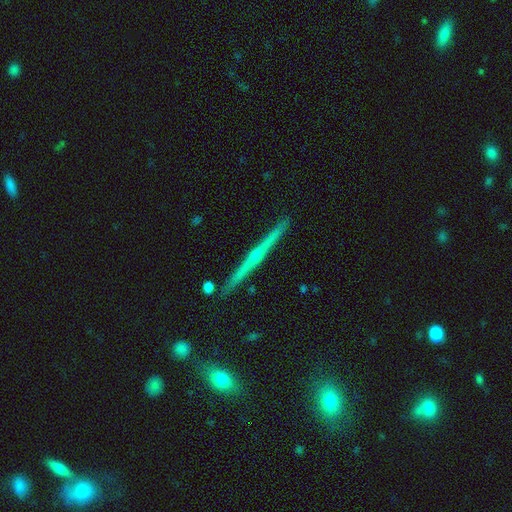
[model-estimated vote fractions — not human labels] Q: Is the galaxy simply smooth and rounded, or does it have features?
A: featured or disk — 79%.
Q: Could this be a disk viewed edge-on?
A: yes — 98%.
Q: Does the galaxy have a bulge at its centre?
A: rounded — 70%.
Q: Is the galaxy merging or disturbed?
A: none — 92%.